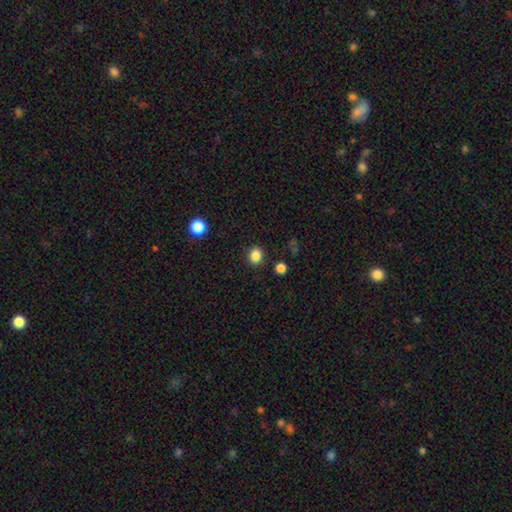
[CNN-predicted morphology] Smooth or featured?
  - smooth: 85% *
  - star or artifact: 11%
  - featured or disk: 4%
How rounded?
  - round: 54% *
  - in between: 45%
  - cigar-shaped: 1%
Merging?
  - none: 87% *
  - minor disturbance: 8%
  - major disturbance: 3%
  - merger: 2%